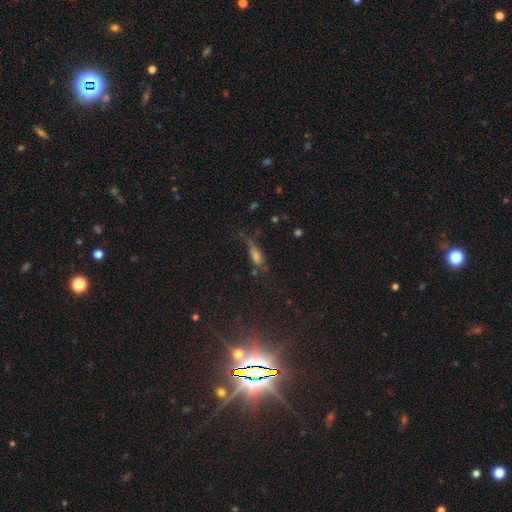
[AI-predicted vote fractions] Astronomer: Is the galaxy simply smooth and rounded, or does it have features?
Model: smooth — 47% (runner-up: featured or disk, 29%).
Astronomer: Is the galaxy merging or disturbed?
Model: none — 56%.